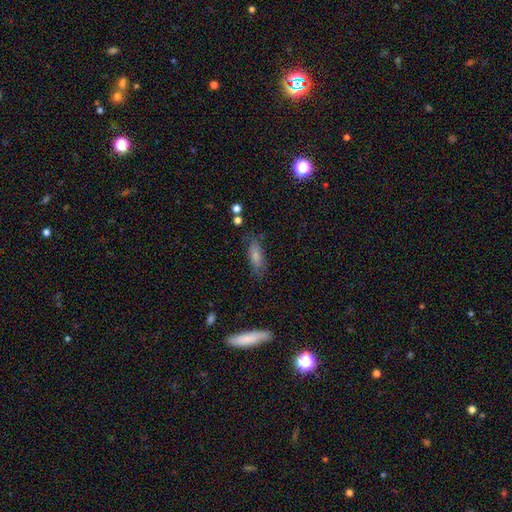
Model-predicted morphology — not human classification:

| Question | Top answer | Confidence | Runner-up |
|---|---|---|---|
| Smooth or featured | smooth | 74% | featured or disk (18%) |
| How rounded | in between | 66% | cigar-shaped (32%) |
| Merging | none | 72% | minor disturbance (20%) |